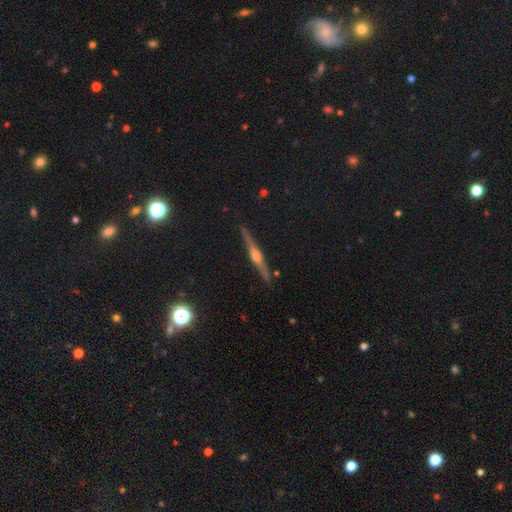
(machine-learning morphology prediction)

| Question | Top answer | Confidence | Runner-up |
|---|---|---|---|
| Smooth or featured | featured or disk | 78% | smooth (14%) |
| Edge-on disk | yes | 98% | no (2%) |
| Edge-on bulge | rounded | 91% | none (5%) |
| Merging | none | 89% | minor disturbance (8%) |